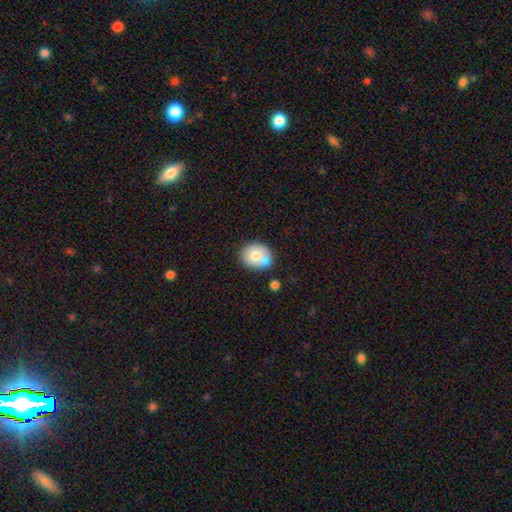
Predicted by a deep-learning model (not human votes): Q: Smooth or featured?
A: smooth (71%); runner-up: featured or disk (21%)
Q: How rounded?
A: round (62%); runner-up: in between (37%)
Q: Merging?
A: none (62%); runner-up: minor disturbance (18%)